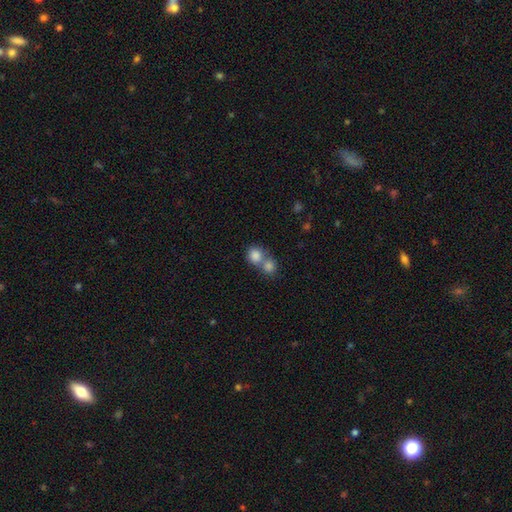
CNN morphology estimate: smooth 82%, star or artifact 9%, featured or disk 8%. Down the decision tree: how rounded — round (78%); merging — merger (59%).